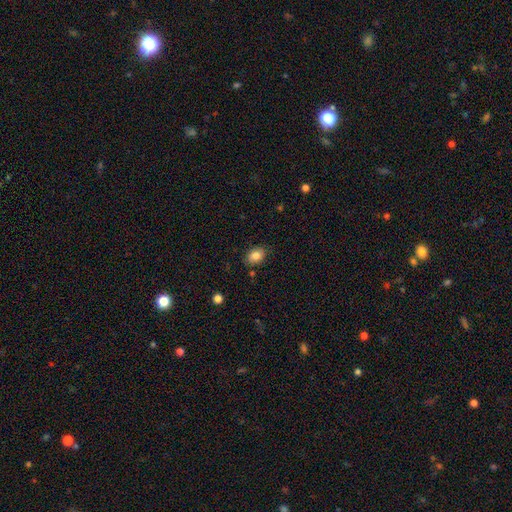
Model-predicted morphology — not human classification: smooth_or_featured: smooth (p=0.84) [alt: star or artifact p=0.09]
how_rounded: in between (p=0.76) [alt: round p=0.23]
merging: none (p=0.82) [alt: minor disturbance p=0.13]